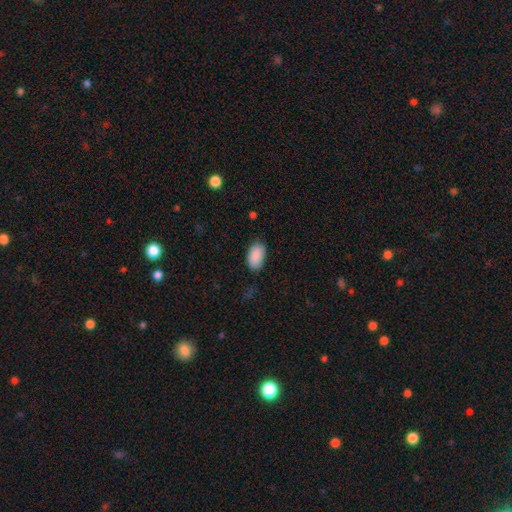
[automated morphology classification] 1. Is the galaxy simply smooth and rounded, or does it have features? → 90% smooth, 7% star or artifact, 3% featured or disk.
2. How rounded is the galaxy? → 94% in between, 5% round, 1% cigar-shaped.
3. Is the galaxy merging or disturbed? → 81% none, 15% minor disturbance, 3% major disturbance, 1% merger.